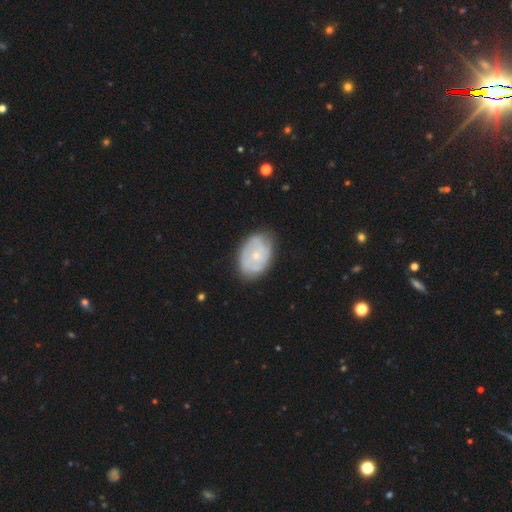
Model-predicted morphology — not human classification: Smooth or featured? Predicted: featured or disk (p=0.60). Edge-on disk? Predicted: no (p=0.96). Bar? Predicted: no (p=0.81). Spiral arms? Predicted: yes (p=0.63). Bulge size? Predicted: small (p=0.60). Merging? Predicted: none (p=0.72).